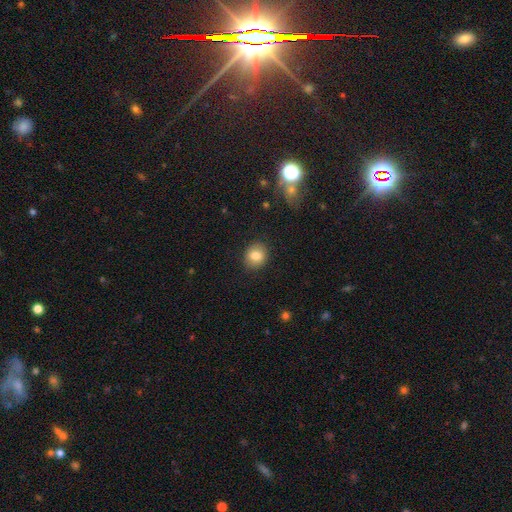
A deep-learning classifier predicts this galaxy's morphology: smooth 81%, star or artifact 9%, featured or disk 9%. Down the decision tree: how rounded — round (69%); merging — none (89%).